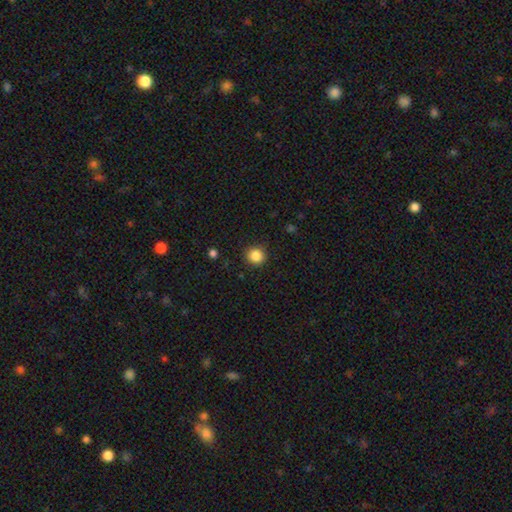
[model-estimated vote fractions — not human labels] smooth-or-featured: smooth: 86% | star or artifact: 10% | featured or disk: 3%
  how-rounded: round: 92% | in between: 7% | cigar-shaped: 1%
  merging: none: 90% | minor disturbance: 7% | major disturbance: 2% | merger: 1%